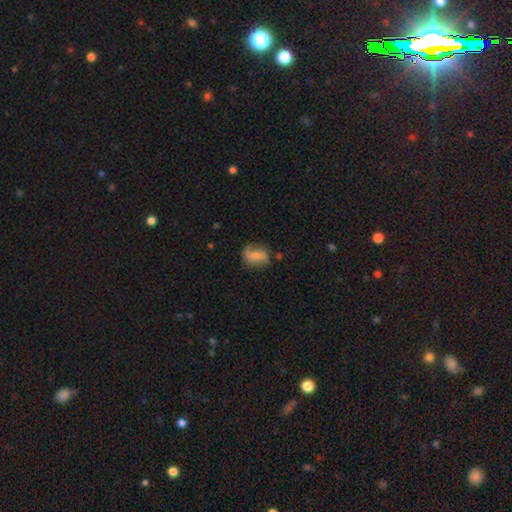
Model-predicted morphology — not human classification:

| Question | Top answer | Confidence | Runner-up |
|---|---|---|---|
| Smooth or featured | smooth | 51% | featured or disk (39%) |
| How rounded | in between | 73% | round (23%) |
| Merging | none | 54% | minor disturbance (27%) |